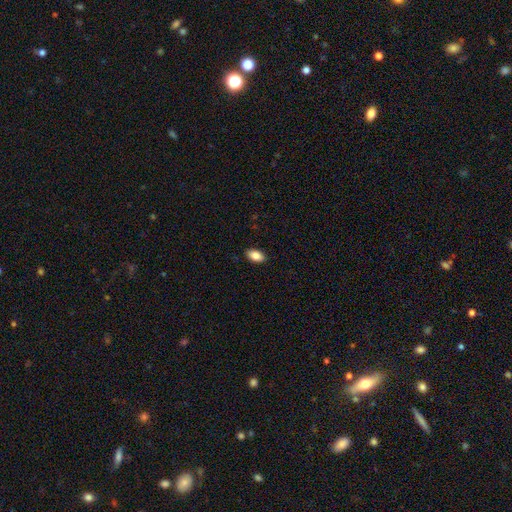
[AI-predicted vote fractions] Smooth or featured: smooth — 86% (star or artifact — 7%)
How rounded: in between — 92% (round — 5%)
Merging: none — 90% (minor disturbance — 8%)